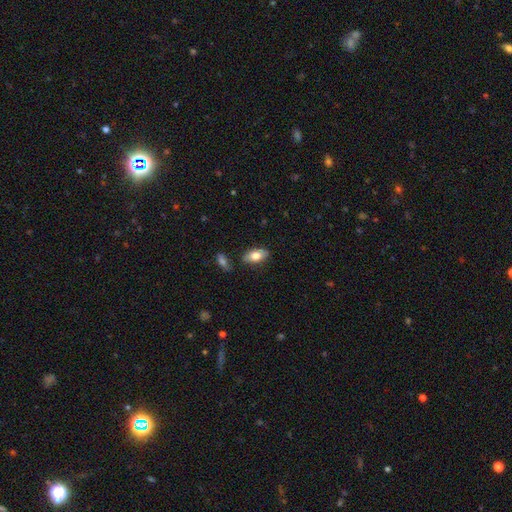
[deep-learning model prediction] A smooth galaxy with no disk features (77%) that is in between round and cigar-shaped (90%).

Vote fractions:
- Smooth or featured? smooth: 77% / featured or disk: 17% / star or artifact: 6%
- How rounded? in between: 90% / cigar-shaped: 7% / round: 3%
- Merging? none: 83% / minor disturbance: 12% / merger: 3% / major disturbance: 2%